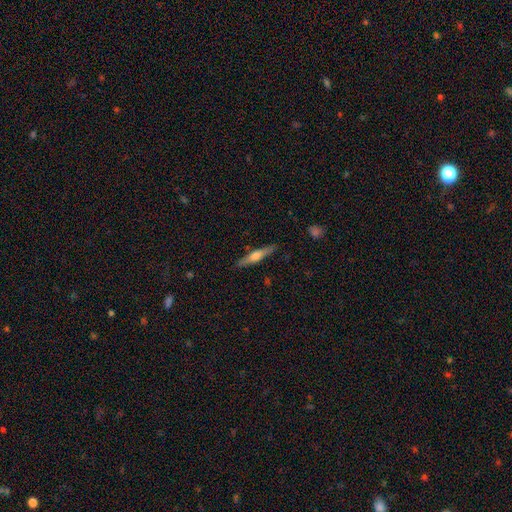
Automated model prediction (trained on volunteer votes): featured or disk 53%, smooth 41%, star or artifact 6%. Down the decision tree: edge-on disk — yes (95%); edge-on bulge — rounded (84%); merging — none (88%).